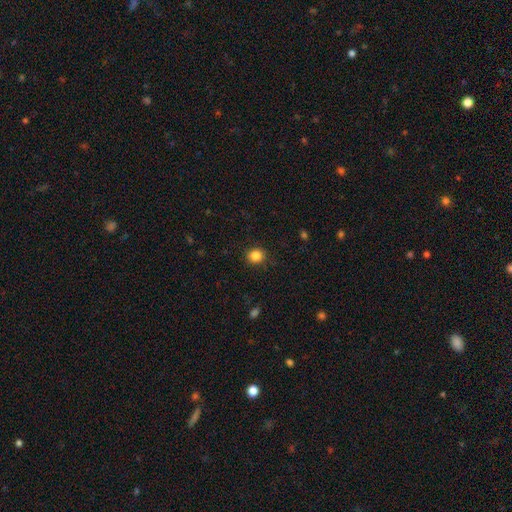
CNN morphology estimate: This is clearly a smooth galaxy (85%). How rounded: clearly round (83%). Merging: clearly none (90%).